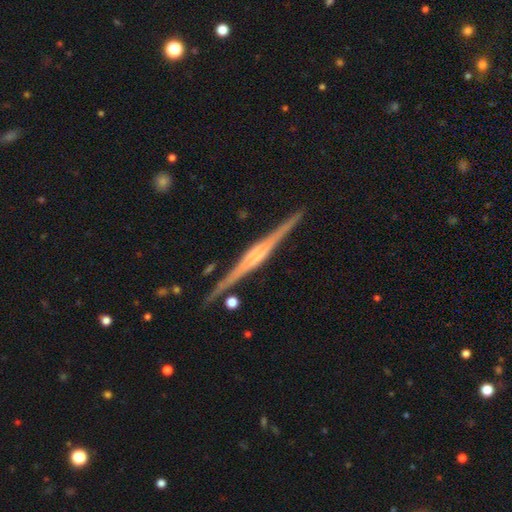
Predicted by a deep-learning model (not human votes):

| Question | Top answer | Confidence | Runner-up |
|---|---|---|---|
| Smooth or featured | featured or disk | 86% | smooth (8%) |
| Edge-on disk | yes | 98% | no (2%) |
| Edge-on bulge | rounded | 45% | boxy (43%) |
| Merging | none | 89% | minor disturbance (8%) |